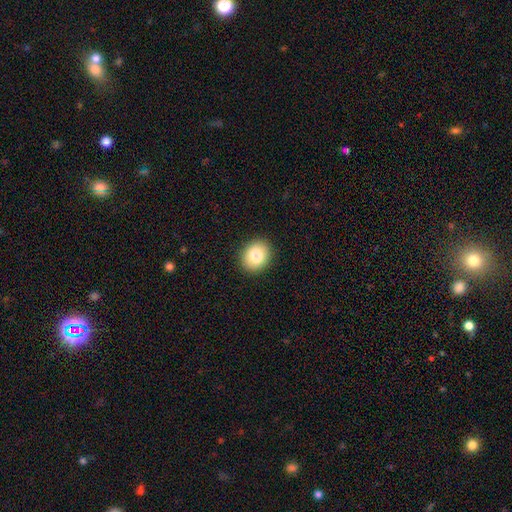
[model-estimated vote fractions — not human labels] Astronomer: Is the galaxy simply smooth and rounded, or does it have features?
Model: smooth — 82%.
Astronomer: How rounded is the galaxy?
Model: round — 60% (runner-up: in between, 39%).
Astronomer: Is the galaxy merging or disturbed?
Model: none — 90%.